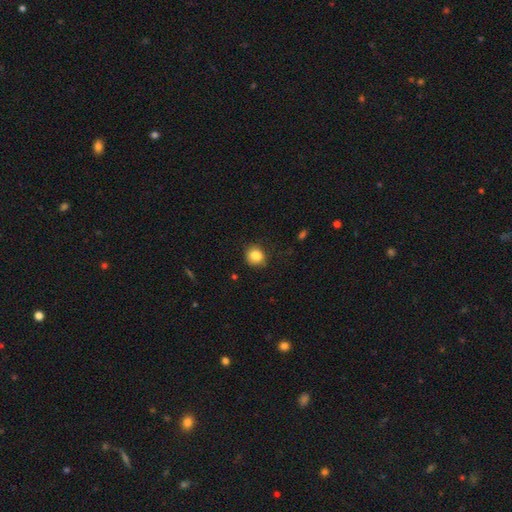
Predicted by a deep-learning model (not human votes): This is clearly a smooth galaxy (85%). How rounded: clearly round (83%). Merging: clearly none (82%).